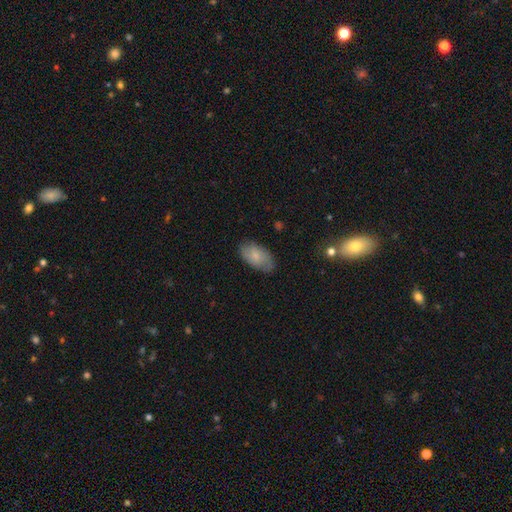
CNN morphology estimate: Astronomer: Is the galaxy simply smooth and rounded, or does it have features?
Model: smooth — 69%.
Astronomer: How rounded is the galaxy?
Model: in between — 94%.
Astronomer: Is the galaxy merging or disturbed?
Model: none — 80%.